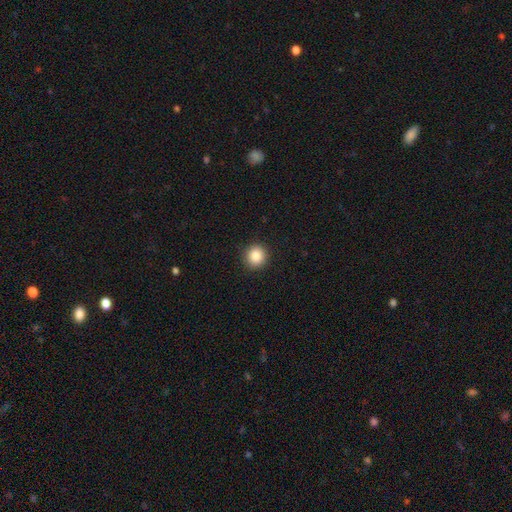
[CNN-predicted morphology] This appears to be a smooth galaxy with no disk features (87%) that is round (91%). Merging: none (92%).